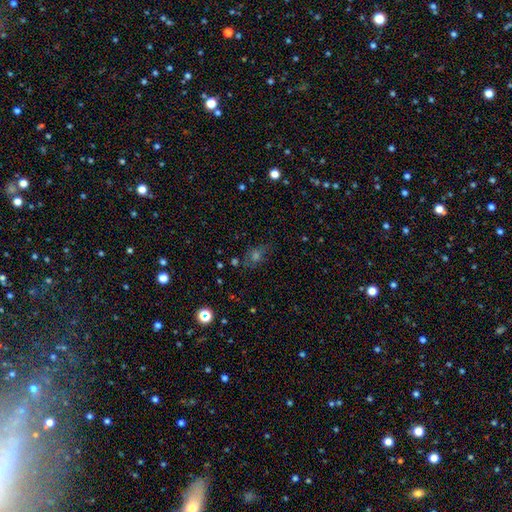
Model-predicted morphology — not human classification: Q: Smooth or featured?
A: smooth (40%); runner-up: star or artifact (36%)
Q: Merging?
A: none (70%); runner-up: minor disturbance (18%)